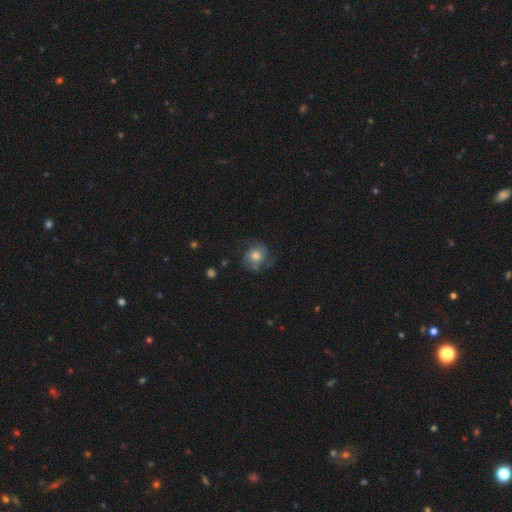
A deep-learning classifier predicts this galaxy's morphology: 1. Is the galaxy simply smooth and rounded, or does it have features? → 50% smooth, 41% featured or disk, 9% star or artifact.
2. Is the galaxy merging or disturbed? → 61% none, 22% minor disturbance, 15% major disturbance, 2% merger.